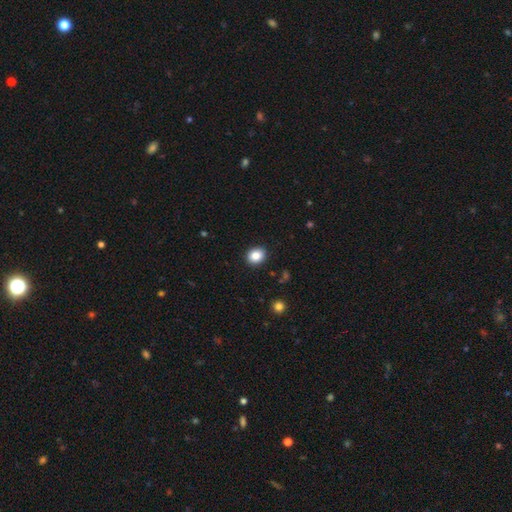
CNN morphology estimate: smooth 85%, star or artifact 10%, featured or disk 6%. Down the decision tree: how rounded — round (59%); merging — none (91%).